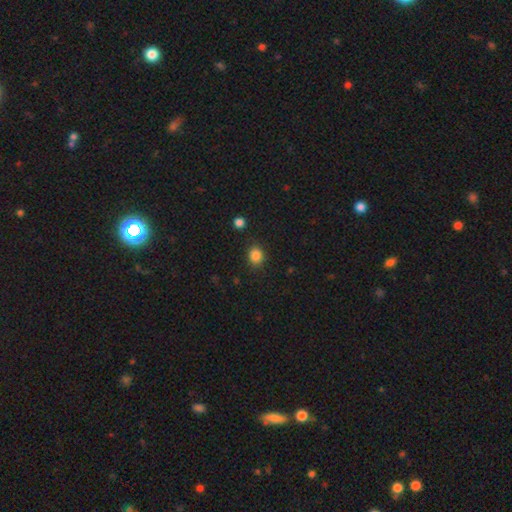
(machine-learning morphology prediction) This appears to be a smooth galaxy with no disk features (85%) that is round (67%). Merging: none (84%).